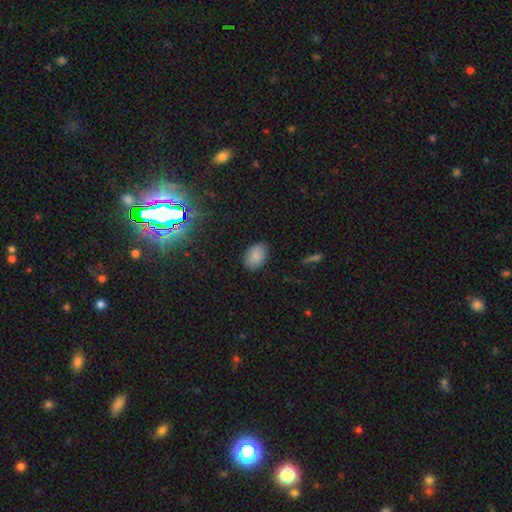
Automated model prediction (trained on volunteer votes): Smooth or featured? Predicted: smooth (p=0.86). How rounded? Predicted: in between (p=0.85). Merging? Predicted: none (p=0.86).